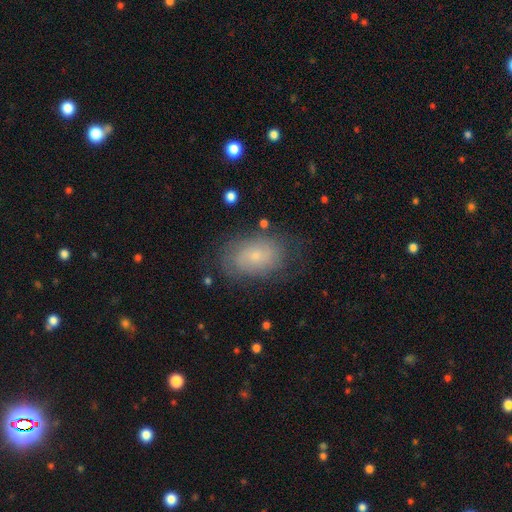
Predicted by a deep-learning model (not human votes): This is possibly a smooth galaxy (48%). Merging: likely none (69%).